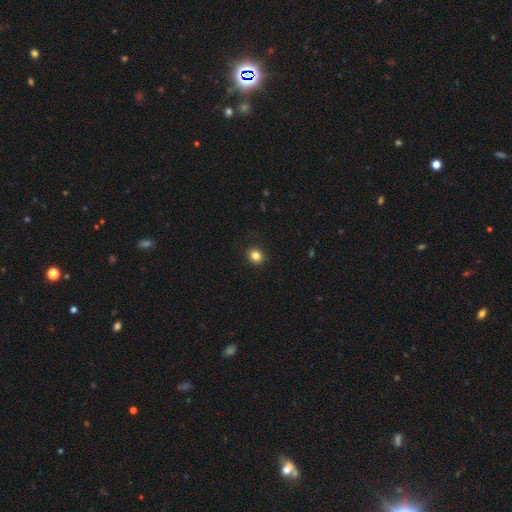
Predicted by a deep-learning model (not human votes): This appears to be a smooth galaxy with no disk features (84%) that is round (72%). Merging: none (90%).